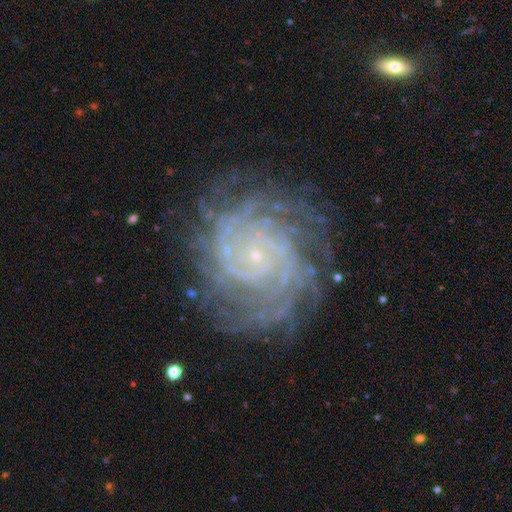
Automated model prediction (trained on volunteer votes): featured or disk 89%, star or artifact 6%, smooth 4%. Down the decision tree: edge-on disk — no (98%); bar — no (77%); spiral arms — yes (98%); spiral arm count — more than 4 (27%); spiral winding — tight (80%); bulge size — small (90%); merging — none (79%).